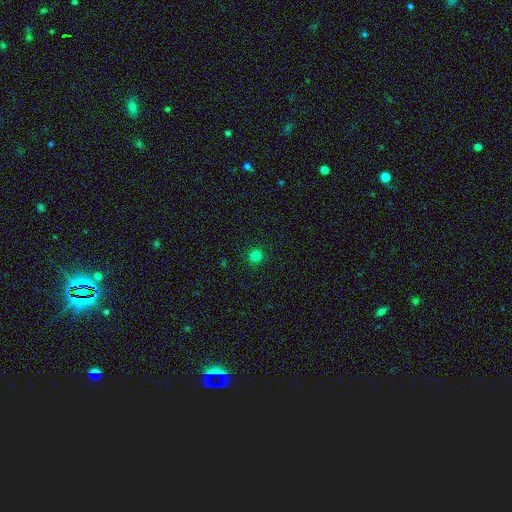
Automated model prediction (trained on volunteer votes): Smooth or featured? smooth (81%)
How rounded? round (95%)
Merging? none (92%)